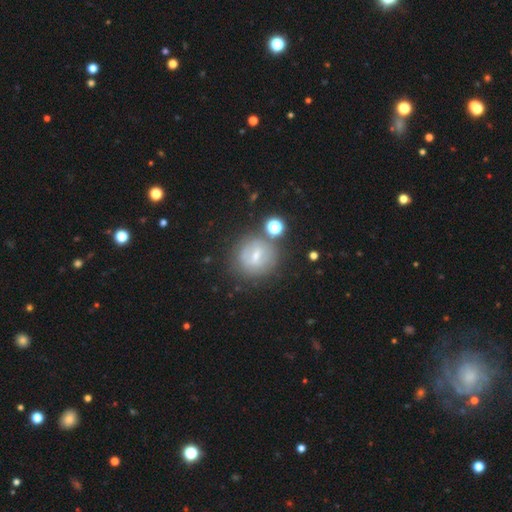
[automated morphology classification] A featured or disk galaxy (48%).

Vote fractions:
- Smooth or featured? featured or disk: 48% / smooth: 40% / star or artifact: 12%
- Merging? none: 65% / minor disturbance: 16% / merger: 11% / major disturbance: 7%